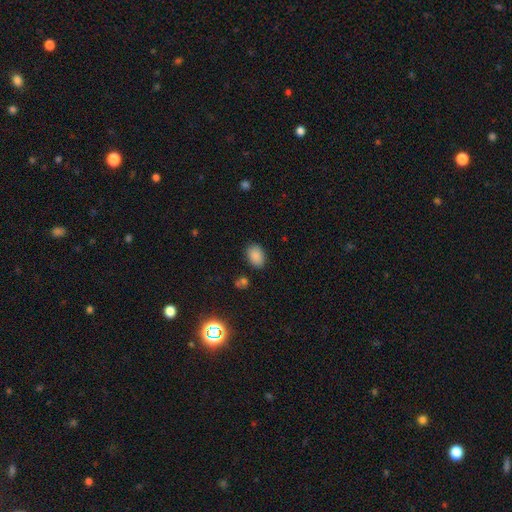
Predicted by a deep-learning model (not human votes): Smooth or featured: smooth — 86% (star or artifact — 10%)
How rounded: in between — 84% (round — 14%)
Merging: none — 83% (minor disturbance — 11%)